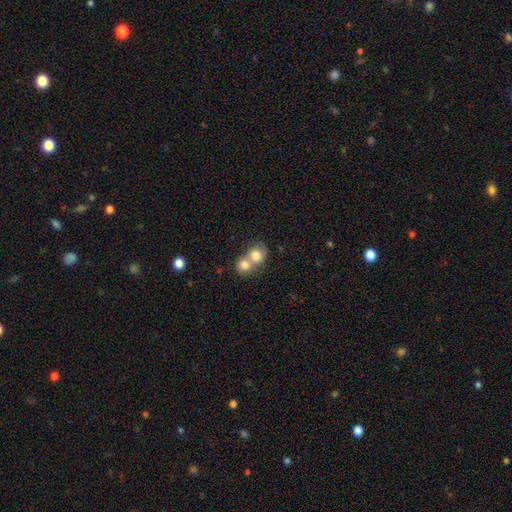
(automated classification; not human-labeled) Morphology: type=smooth (73%); roundness=round (70%); merging=merger (73%).